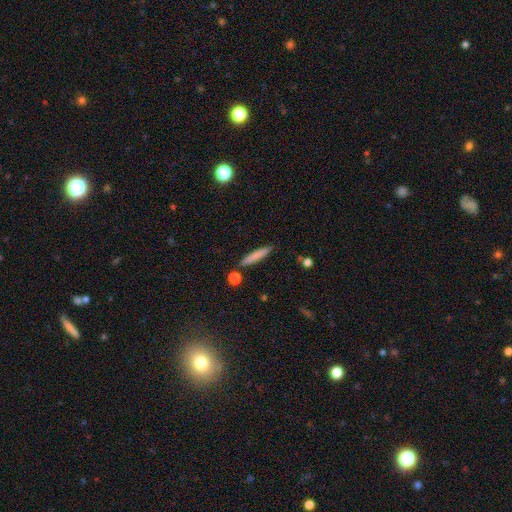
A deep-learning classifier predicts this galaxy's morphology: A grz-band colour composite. It shows a smooth galaxy with no disk features (78%) that is cigar-shaped (92%). Merging: none (85%).